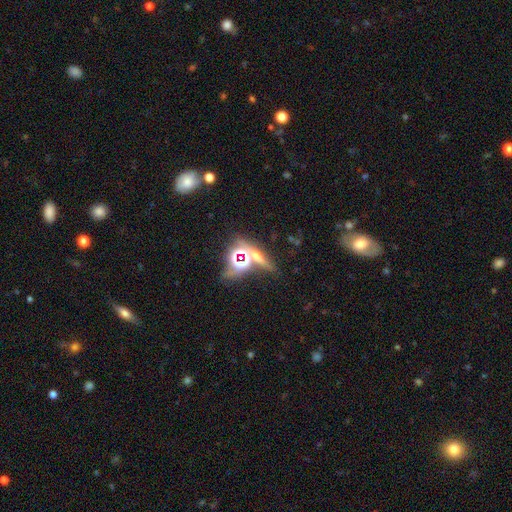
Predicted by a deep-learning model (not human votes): star or artifact 48%, smooth 30%, featured or disk 22%.